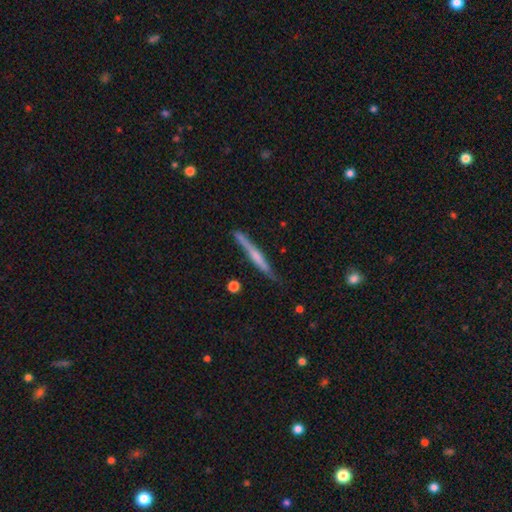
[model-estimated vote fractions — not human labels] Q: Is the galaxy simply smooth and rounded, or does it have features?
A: featured or disk — 54%.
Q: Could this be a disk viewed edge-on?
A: yes — 95%.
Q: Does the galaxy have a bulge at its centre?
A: none — 50%.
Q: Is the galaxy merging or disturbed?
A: none — 75%.